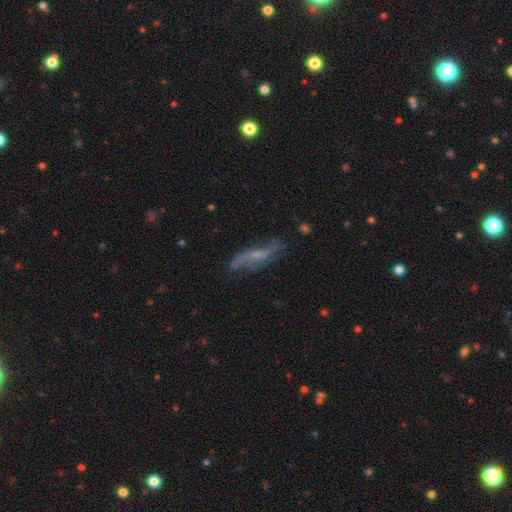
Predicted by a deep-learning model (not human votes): A featured or disk galaxy (69%) with no bar (44%), spiral arms (89%) and a small central bulge (48%). Merging: none (71%).